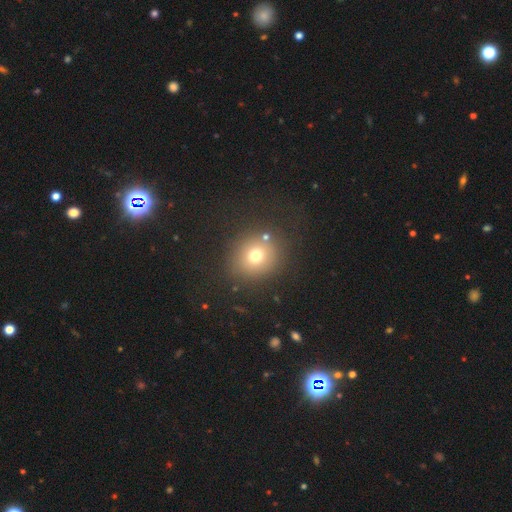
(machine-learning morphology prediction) Smooth or featured? Predicted: smooth (p=0.71). How rounded? Predicted: round (p=0.81). Merging? Predicted: none (p=0.81).